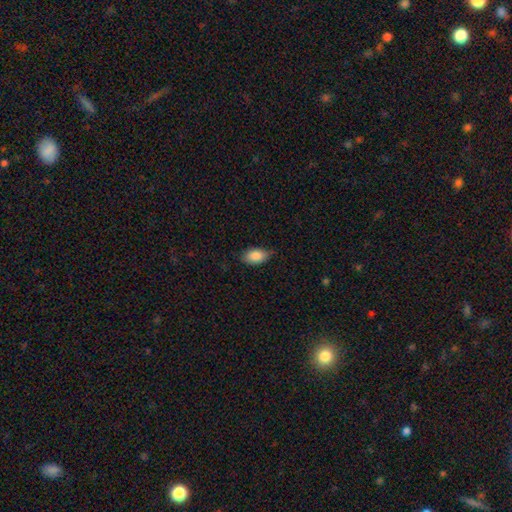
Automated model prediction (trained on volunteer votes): Smooth or featured? Predicted: smooth (p=0.86). How rounded? Predicted: in between (p=0.92). Merging? Predicted: none (p=0.73).